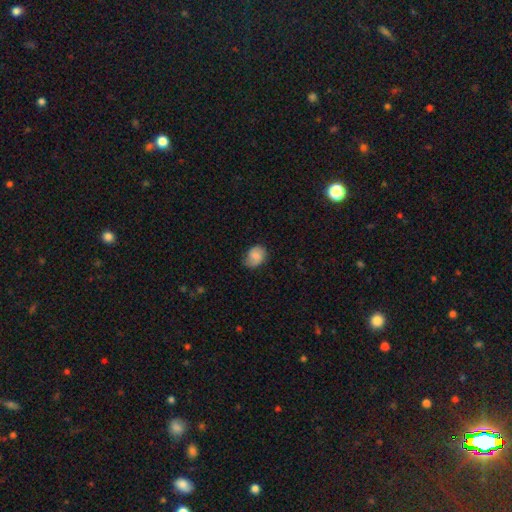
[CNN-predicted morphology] A smooth galaxy with no disk features (74%) that is in between round and cigar-shaped (55%).

Vote fractions:
- Smooth or featured? smooth: 74% / featured or disk: 18% / star or artifact: 8%
- How rounded? in between: 55% / round: 44% / cigar-shaped: 1%
- Merging? none: 61% / minor disturbance: 30% / major disturbance: 8% / merger: 1%